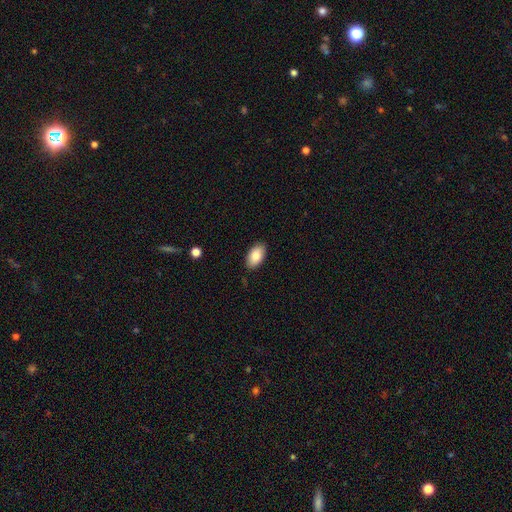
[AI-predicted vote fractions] This appears to be a smooth galaxy with no disk features (85%) that is in between round and cigar-shaped (94%). Merging: none (88%).